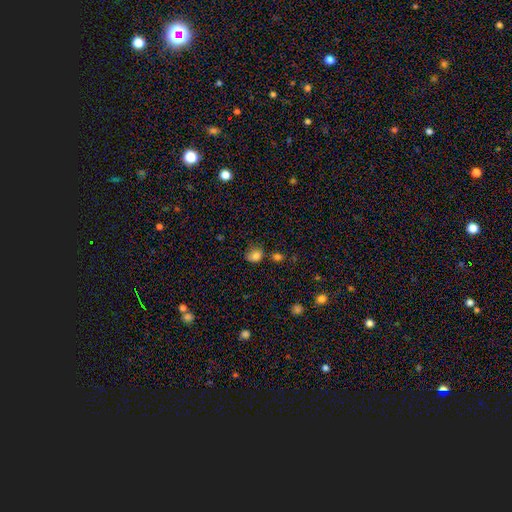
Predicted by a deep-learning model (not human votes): Smooth or featured? Predicted: smooth (p=0.79). How rounded? Predicted: round (p=0.58). Merging? Predicted: none (p=0.50).